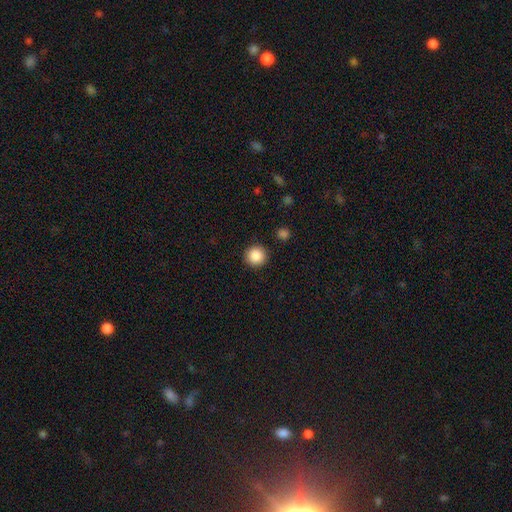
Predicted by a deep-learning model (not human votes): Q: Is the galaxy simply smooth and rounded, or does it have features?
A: smooth — 88%.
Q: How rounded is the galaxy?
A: round — 94%.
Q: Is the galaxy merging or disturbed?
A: none — 91%.